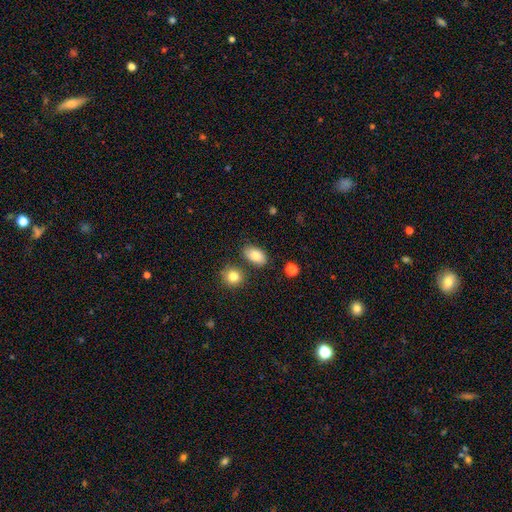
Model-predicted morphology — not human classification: smooth-or-featured: smooth: 83% | star or artifact: 8% | featured or disk: 8%
  how-rounded: in between: 89% | round: 9% | cigar-shaped: 2%
  merging: none: 77% | minor disturbance: 14% | merger: 6% | major disturbance: 3%